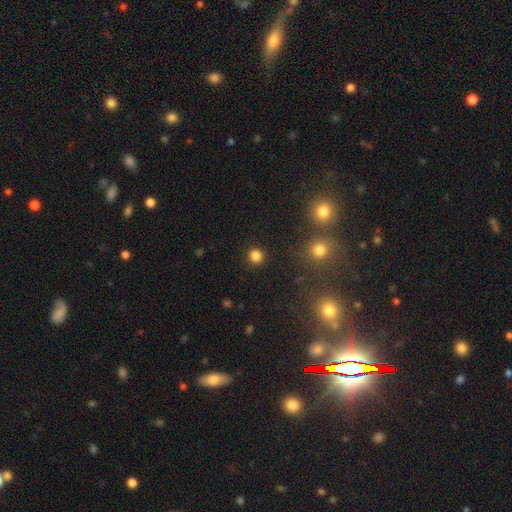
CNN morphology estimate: Smooth or featured? smooth (83%)
How rounded? round (93%)
Merging? none (91%)